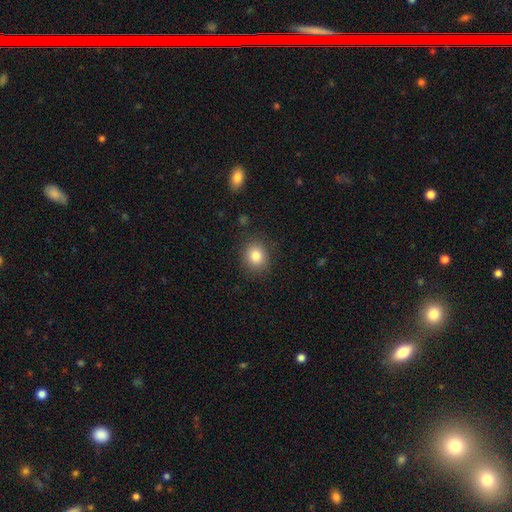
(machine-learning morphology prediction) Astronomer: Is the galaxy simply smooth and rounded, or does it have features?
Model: smooth — 84%.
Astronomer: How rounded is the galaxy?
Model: round — 74%.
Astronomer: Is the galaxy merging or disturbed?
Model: none — 86%.